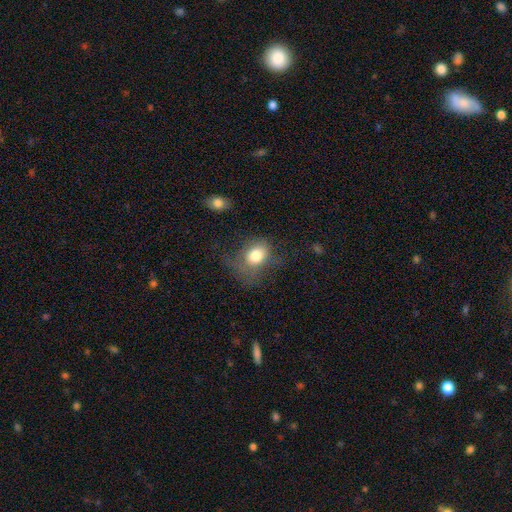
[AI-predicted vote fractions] Smooth or featured? Predicted: smooth (p=0.77). How rounded? Predicted: in between (p=0.55). Merging? Predicted: none (p=0.40).